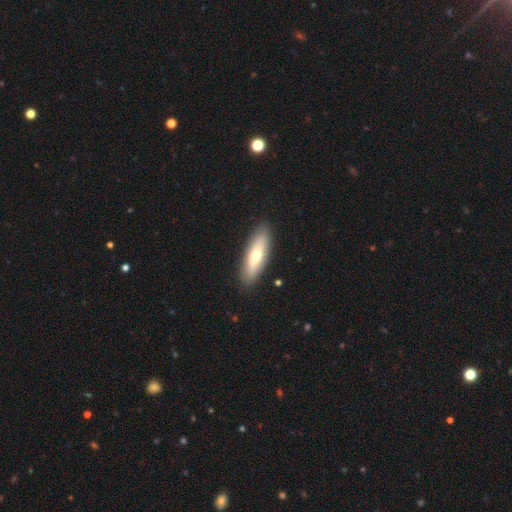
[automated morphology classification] Q: Smooth or featured?
A: smooth (62%); runner-up: featured or disk (33%)
Q: How rounded?
A: in between (53%); runner-up: cigar-shaped (45%)
Q: Merging?
A: none (89%); runner-up: minor disturbance (8%)